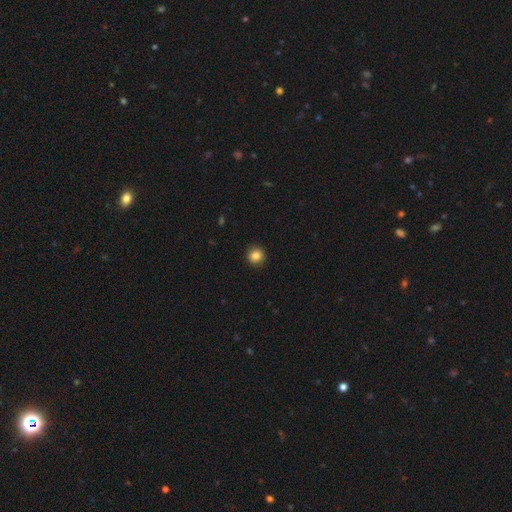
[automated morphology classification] Q: Smooth or featured?
A: smooth (86%); runner-up: star or artifact (10%)
Q: How rounded?
A: round (91%); runner-up: in between (8%)
Q: Merging?
A: none (91%); runner-up: minor disturbance (6%)